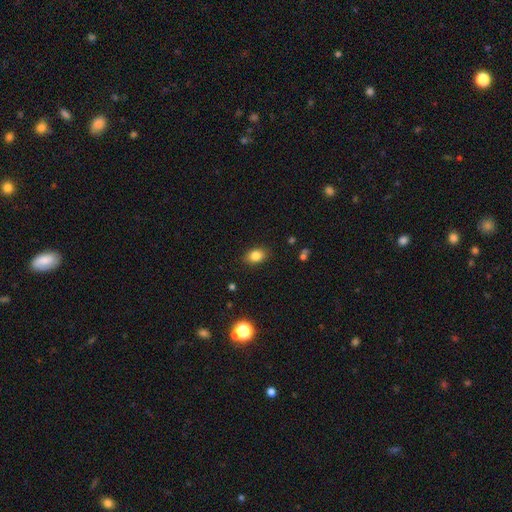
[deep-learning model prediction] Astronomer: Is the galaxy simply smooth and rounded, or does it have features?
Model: smooth — 83%.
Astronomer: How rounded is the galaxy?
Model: in between — 75%.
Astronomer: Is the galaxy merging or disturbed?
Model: none — 87%.